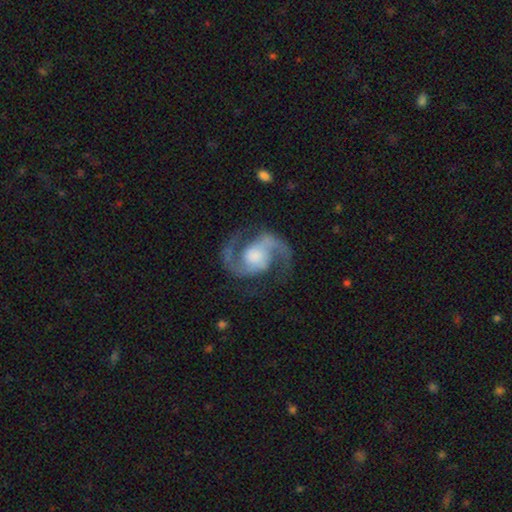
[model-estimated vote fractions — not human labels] smooth-or-featured: featured or disk: 93% | star or artifact: 4% | smooth: 3%
  disk-edge-on: no: 98% | yes: 2%
    bar: no: 57% | weak: 31% | strong: 12%
    has-spiral-arms: yes: 98% | no: 2%
      spiral-winding: medium: 61% | loose: 27% | tight: 12%
      spiral-arm-count: 2: 95% | can't tell: 1% | 1: 1% | 3: 1% | 4: 1% | more than 4: 1%
    bulge-size: moderate: 33% | large: 29% | small: 18% | none: 16% | dominant: 4%
  merging: none: 78% | minor disturbance: 13% | major disturbance: 7% | merger: 2%